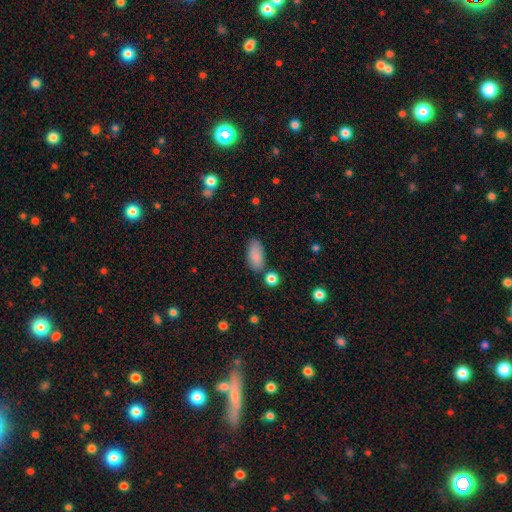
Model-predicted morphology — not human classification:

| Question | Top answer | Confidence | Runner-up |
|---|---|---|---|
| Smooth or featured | smooth | 87% | star or artifact (7%) |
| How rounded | in between | 89% | cigar-shaped (8%) |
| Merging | none | 75% | minor disturbance (14%) |